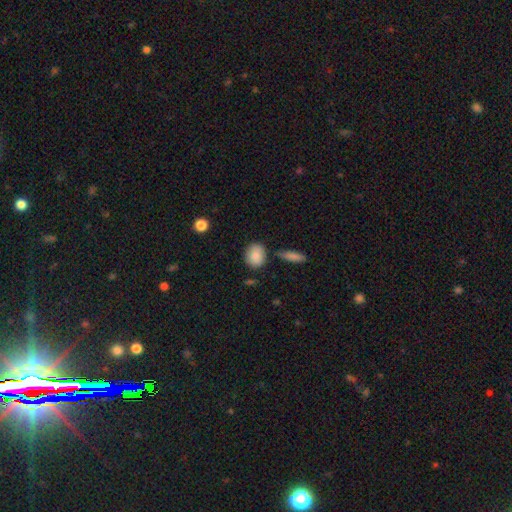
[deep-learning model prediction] Q: Smooth or featured?
A: smooth (87%); runner-up: star or artifact (7%)
Q: How rounded?
A: round (57%); runner-up: in between (42%)
Q: Merging?
A: none (78%); runner-up: minor disturbance (13%)